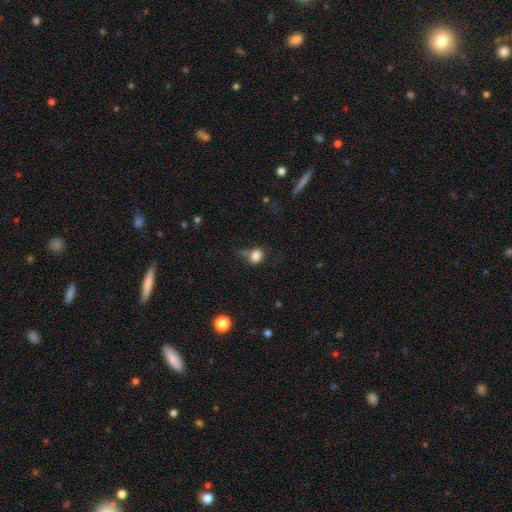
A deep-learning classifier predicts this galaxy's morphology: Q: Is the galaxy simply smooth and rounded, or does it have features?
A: smooth — 83%.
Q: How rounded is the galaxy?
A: round — 66%.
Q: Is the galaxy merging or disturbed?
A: none — 56%.